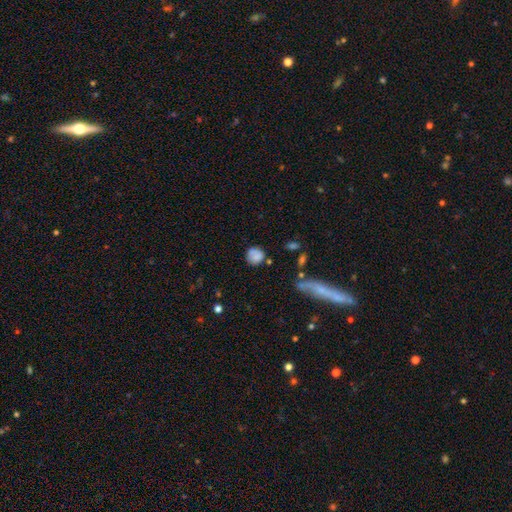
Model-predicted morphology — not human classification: Q: Smooth or featured?
A: smooth (77%); runner-up: featured or disk (13%)
Q: How rounded?
A: round (79%); runner-up: in between (19%)
Q: Merging?
A: none (63%); runner-up: minor disturbance (23%)